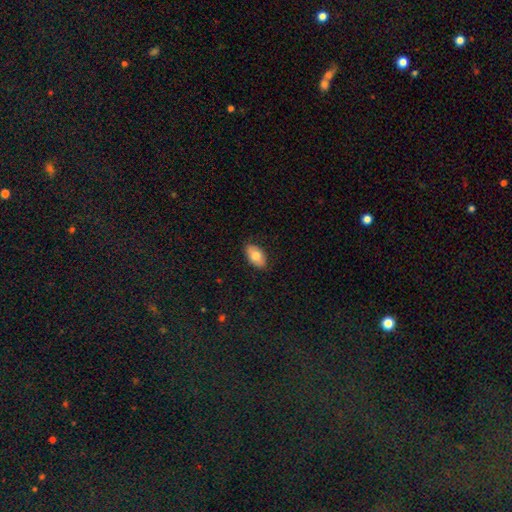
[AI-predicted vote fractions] This appears to be a smooth galaxy with no disk features (76%) that is in between round and cigar-shaped (93%). Merging: none (86%).